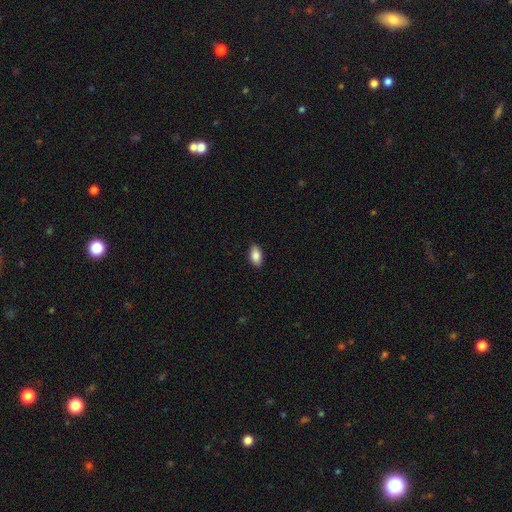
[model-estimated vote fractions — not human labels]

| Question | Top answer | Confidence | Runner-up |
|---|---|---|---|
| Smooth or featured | smooth | 86% | star or artifact (7%) |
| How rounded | in between | 92% | round (4%) |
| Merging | none | 88% | minor disturbance (9%) |